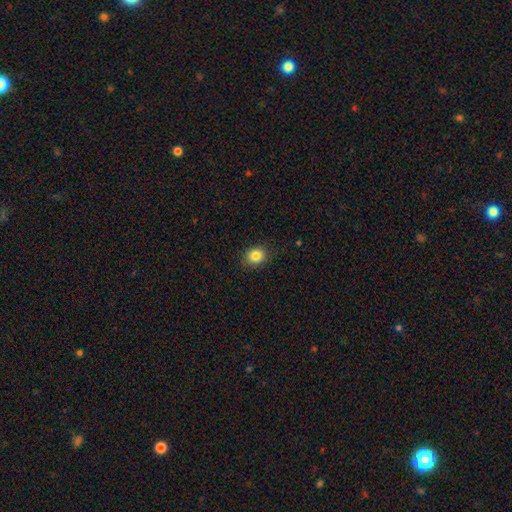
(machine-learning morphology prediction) A smooth galaxy with no disk features (84%) that is round (60%). Merging: none (87%).